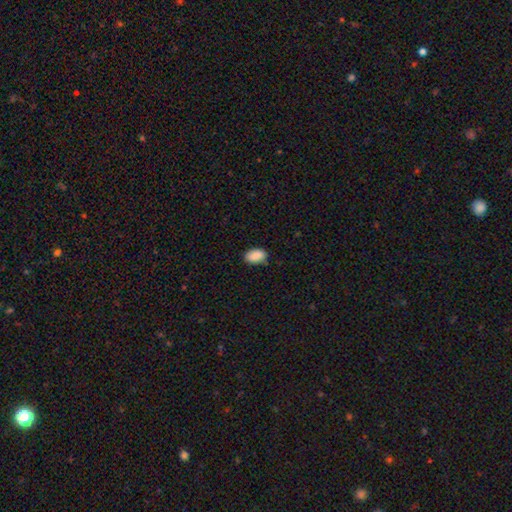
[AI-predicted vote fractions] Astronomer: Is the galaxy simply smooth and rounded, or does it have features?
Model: smooth — 89%.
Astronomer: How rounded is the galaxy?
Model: in between — 92%.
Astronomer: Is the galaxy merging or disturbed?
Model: none — 82%.